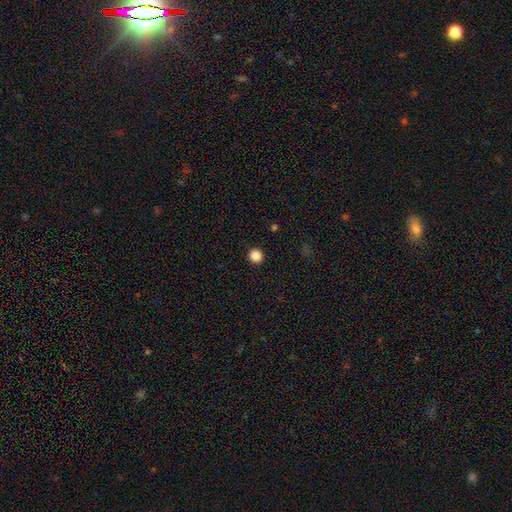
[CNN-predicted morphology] This appears to be a smooth galaxy with no disk features (86%) that is round (95%). Merging: none (93%).